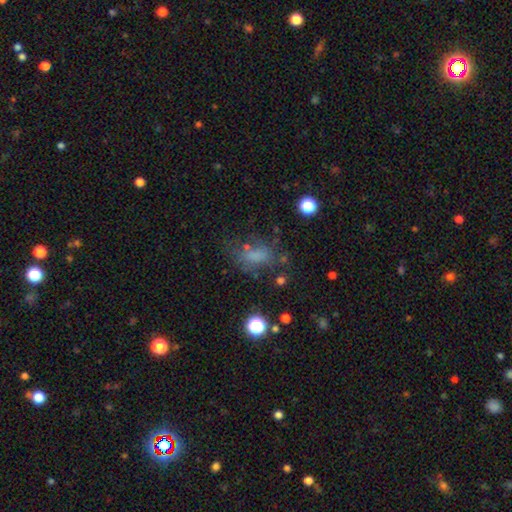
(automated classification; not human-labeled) Smooth or featured? Predicted: smooth (p=0.57). How rounded? Predicted: in between (p=0.77). Merging? Predicted: none (p=0.51).